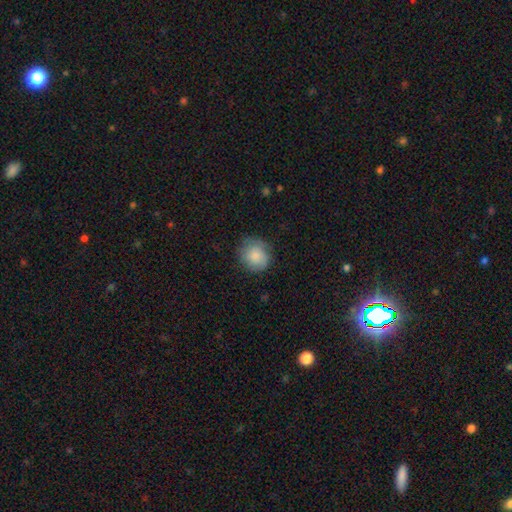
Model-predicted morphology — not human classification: Smooth or featured? smooth (79%)
How rounded? round (83%)
Merging? none (74%)